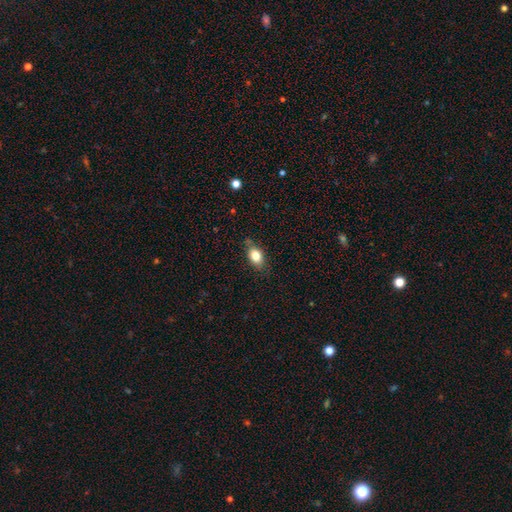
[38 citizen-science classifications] A smooth galaxy with no disk features (84%) that is in between round and cigar-shaped (81%).

Vote fractions:
- Smooth or featured? smooth: 84% / featured or disk: 11% / star or artifact: 5%
- How rounded? in between: 81% / cigar-shaped: 12% / round: 6%
- Merging? none: 69% / minor disturbance: 28% / major disturbance: 3% / merger: 0%